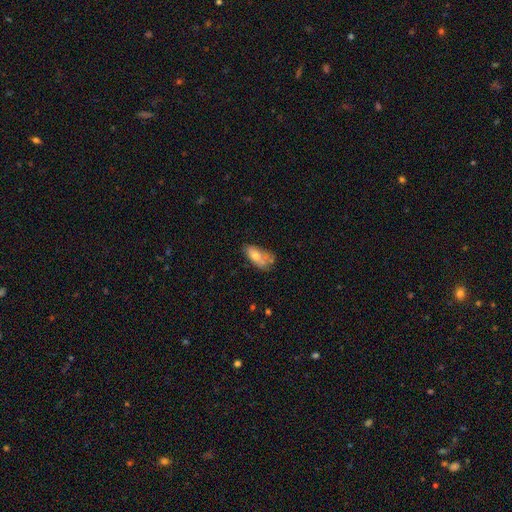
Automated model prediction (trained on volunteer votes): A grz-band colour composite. It shows a smooth galaxy with no disk features (63%) that is in between round and cigar-shaped (85%). Merging: none (33%).